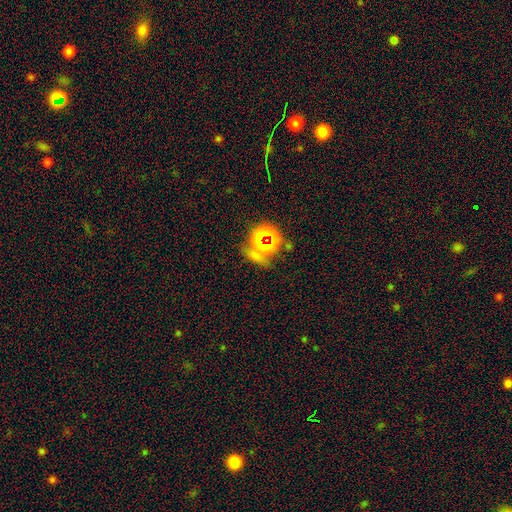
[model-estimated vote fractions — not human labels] Smooth or featured? Predicted: star or artifact (p=0.58).